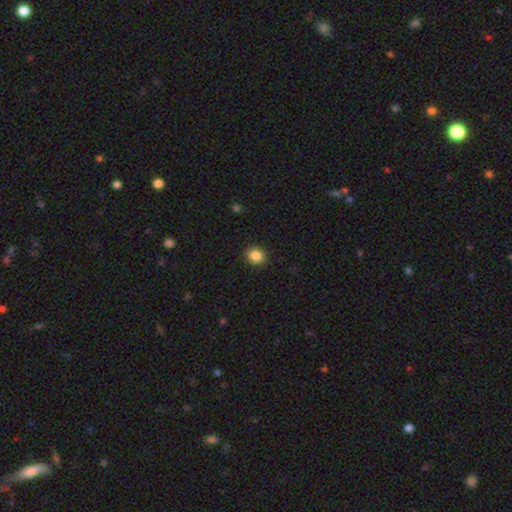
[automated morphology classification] Q: Smooth or featured?
A: smooth (86%); runner-up: star or artifact (10%)
Q: How rounded?
A: round (76%); runner-up: in between (23%)
Q: Merging?
A: none (91%); runner-up: minor disturbance (6%)